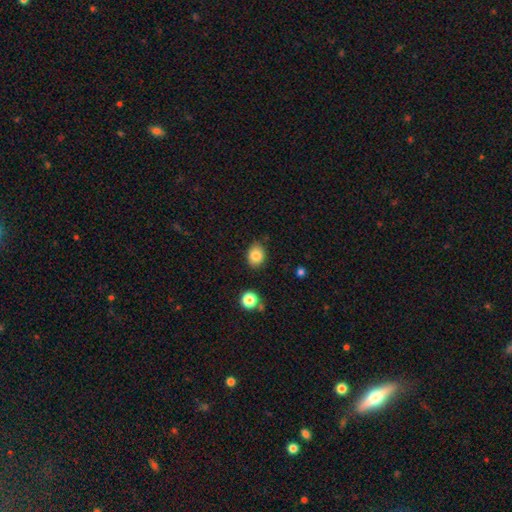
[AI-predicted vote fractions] Smooth or featured: smooth — 84% (star or artifact — 10%)
How rounded: round — 50% (in between — 49%)
Merging: none — 81% (minor disturbance — 13%)